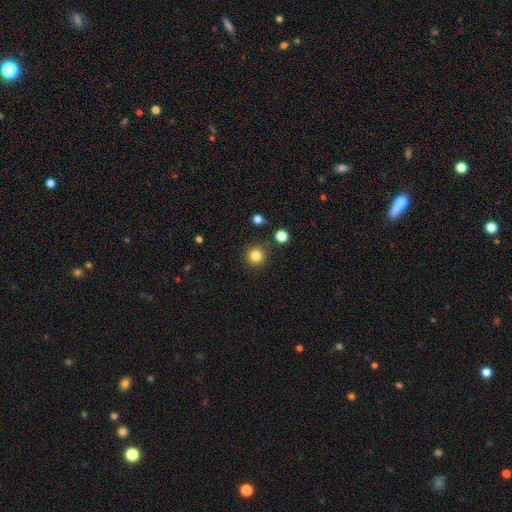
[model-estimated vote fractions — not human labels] Smooth or featured?
  - smooth: 83% *
  - star or artifact: 12%
  - featured or disk: 5%
How rounded?
  - round: 95% *
  - in between: 4%
  - cigar-shaped: 1%
Merging?
  - none: 88% *
  - minor disturbance: 6%
  - merger: 3%
  - major disturbance: 2%